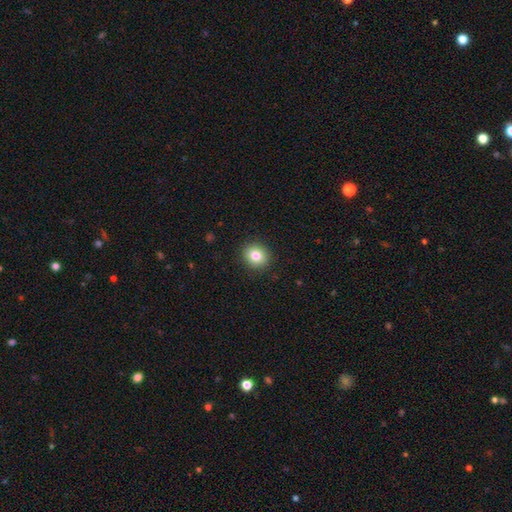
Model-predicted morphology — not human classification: Smooth or featured: smooth — 82% (star or artifact — 10%)
How rounded: round — 82% (in between — 17%)
Merging: none — 91% (minor disturbance — 6%)